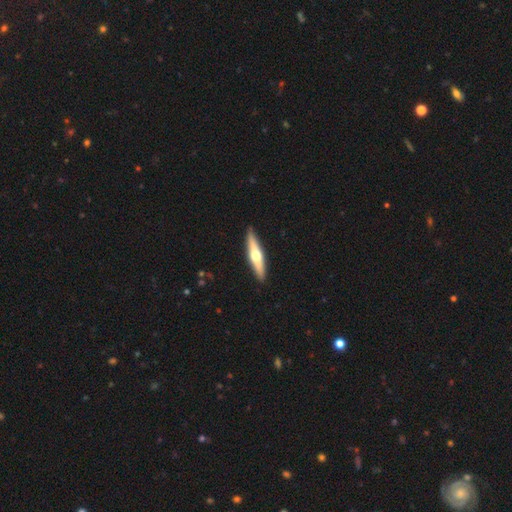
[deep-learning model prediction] This appears to be a featured or disk galaxy (59%) viewed edge-on (95%) with a rounded central bulge (94%). Merging: none (90%).